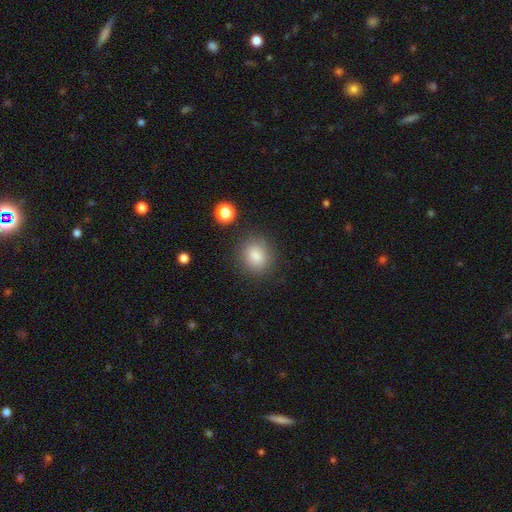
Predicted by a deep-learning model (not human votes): This is clearly a smooth galaxy (85%). How rounded: likely round (75%). Merging: clearly none (84%).